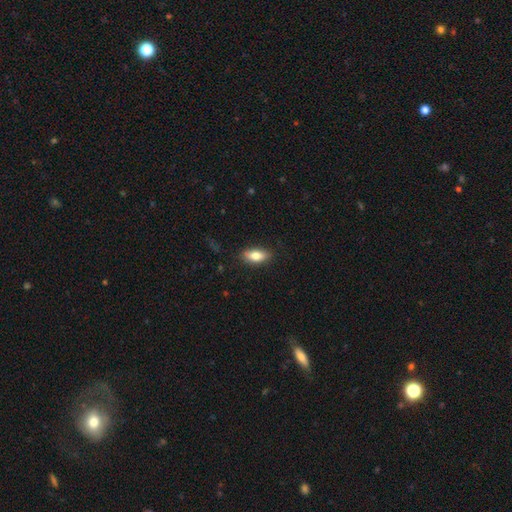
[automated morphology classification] This appears to be a smooth galaxy with no disk features (77%) that is in between round and cigar-shaped (84%). Merging: none (85%).